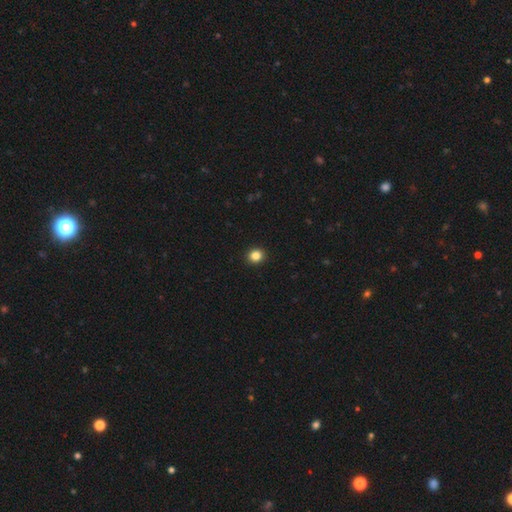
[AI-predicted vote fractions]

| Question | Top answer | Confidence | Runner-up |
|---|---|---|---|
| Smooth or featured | smooth | 85% | star or artifact (11%) |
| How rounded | round | 84% | in between (15%) |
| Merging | none | 93% | minor disturbance (4%) |